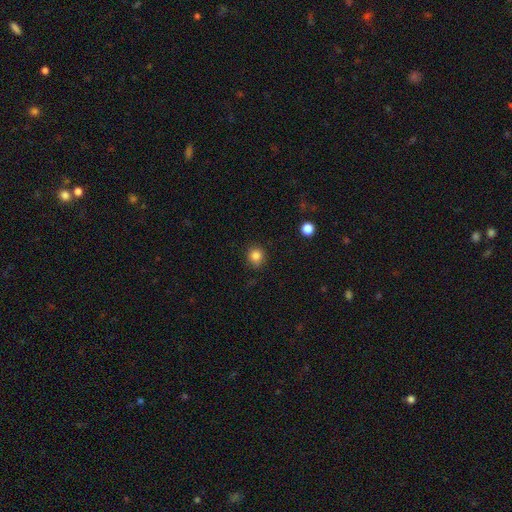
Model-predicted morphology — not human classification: A smooth galaxy with no disk features (84%) that is round (85%). Merging: none (84%).